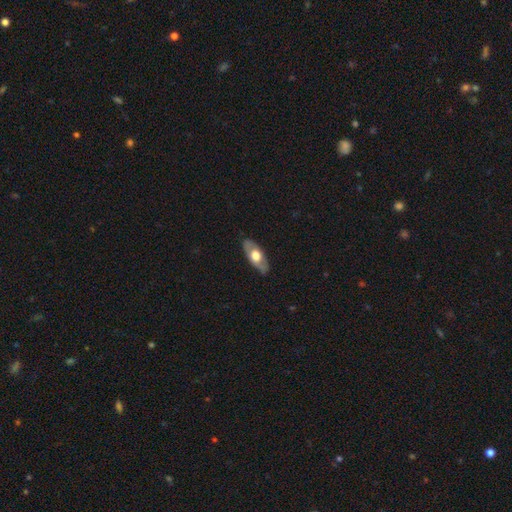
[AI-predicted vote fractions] This is possibly a smooth galaxy (49%). Merging: clearly none (84%).